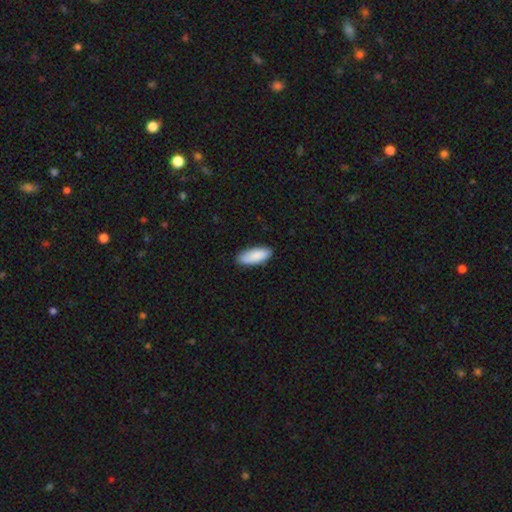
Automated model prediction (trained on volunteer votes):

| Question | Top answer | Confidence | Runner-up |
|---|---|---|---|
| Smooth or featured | smooth | 88% | featured or disk (7%) |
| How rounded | in between | 79% | cigar-shaped (19%) |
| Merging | none | 83% | minor disturbance (14%) |